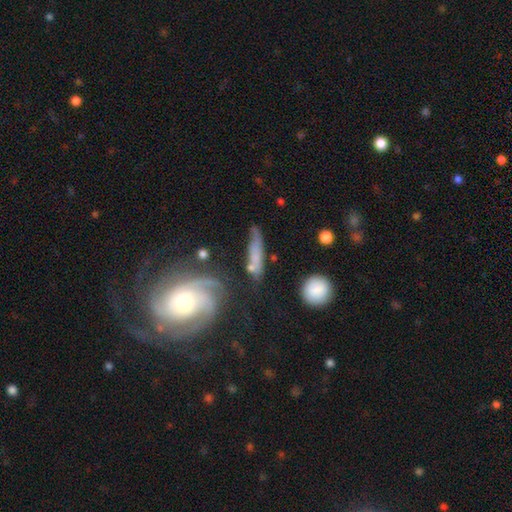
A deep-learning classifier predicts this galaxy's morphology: smooth_or_featured: smooth (p=0.54) [alt: featured or disk p=0.38]
how_rounded: cigar-shaped (p=0.75) [alt: in between p=0.19]
merging: none (p=0.52) [alt: minor disturbance p=0.23]